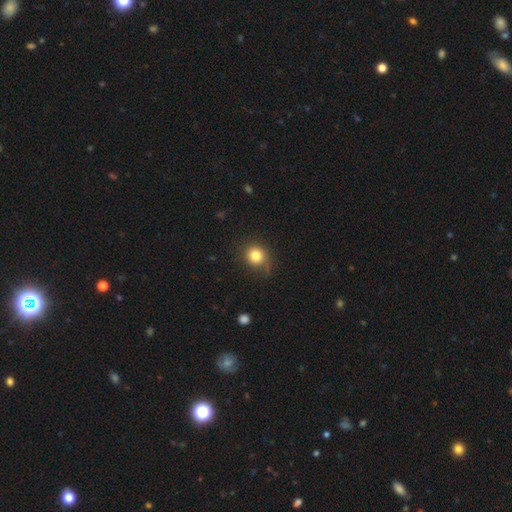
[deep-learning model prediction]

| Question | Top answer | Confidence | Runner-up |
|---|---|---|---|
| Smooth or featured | smooth | 81% | star or artifact (11%) |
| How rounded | round | 84% | in between (15%) |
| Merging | none | 71% | minor disturbance (21%) |